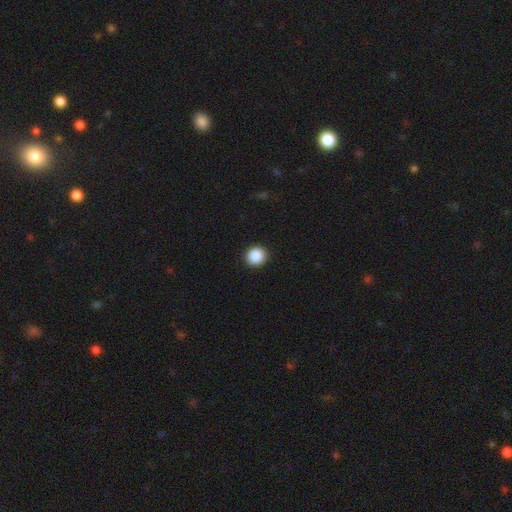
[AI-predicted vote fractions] A smooth galaxy with no disk features (88%) that is round (92%). Merging: none (92%).